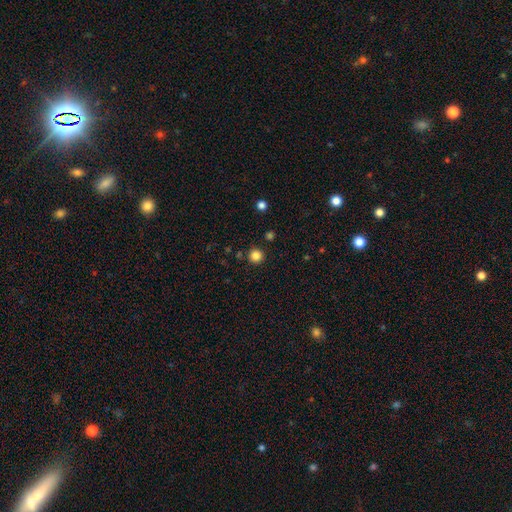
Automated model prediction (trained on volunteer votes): Smooth or featured?
  - smooth: 84% *
  - star or artifact: 12%
  - featured or disk: 4%
How rounded?
  - round: 96% *
  - in between: 3%
  - cigar-shaped: 1%
Merging?
  - none: 91% *
  - minor disturbance: 5%
  - merger: 2%
  - major disturbance: 2%